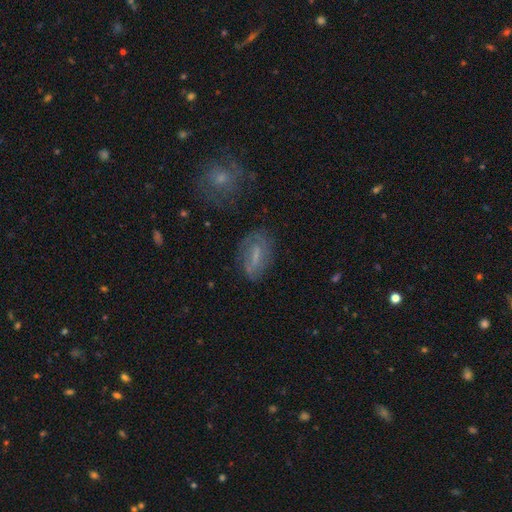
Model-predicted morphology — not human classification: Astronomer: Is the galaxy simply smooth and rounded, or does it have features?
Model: smooth — 46% (runner-up: featured or disk, 43%).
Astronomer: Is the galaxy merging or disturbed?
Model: none — 69%.